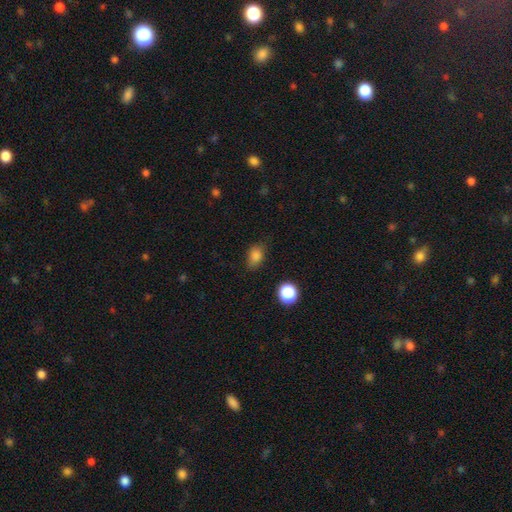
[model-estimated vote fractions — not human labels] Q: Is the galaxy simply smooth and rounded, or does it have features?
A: smooth — 83%.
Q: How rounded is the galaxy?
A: in between — 74%.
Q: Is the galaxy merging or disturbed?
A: none — 74%.